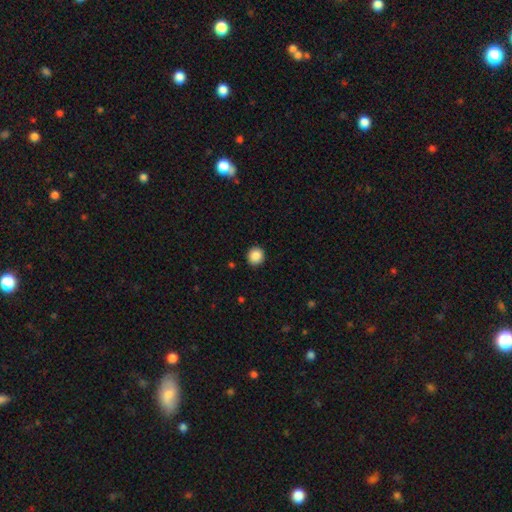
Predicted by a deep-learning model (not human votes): The model was most divided on "how rounded": round: 88%, in between: 11%, cigar-shaped: 1%. More confident: merging — none (91%); smooth or featured — smooth (88%).